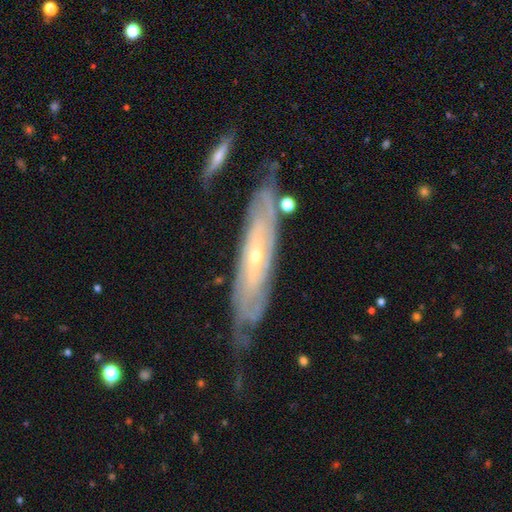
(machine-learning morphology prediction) A featured or disk galaxy (81%) with no bar (64%), tight (76%) spiral arms (88%) and a small central bulge (74%). Merging: none (64%).